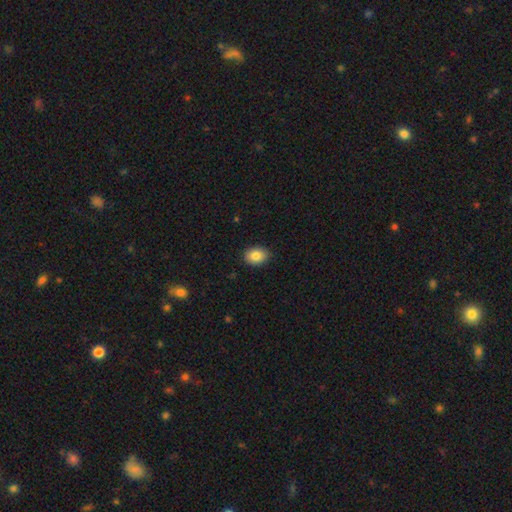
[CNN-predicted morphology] This is clearly a smooth galaxy (85%). How rounded: likely in between (66%). Merging: clearly none (88%).